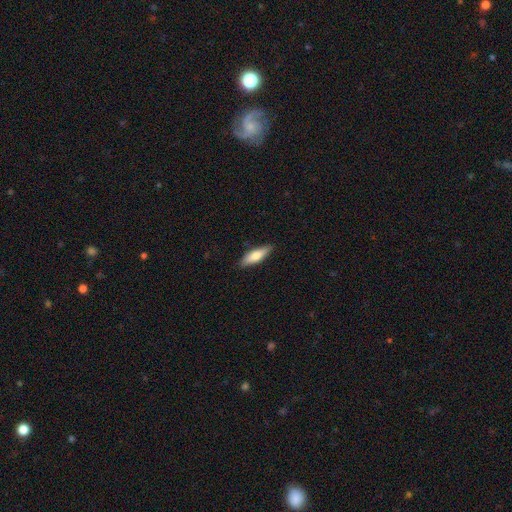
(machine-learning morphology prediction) smooth-or-featured: smooth: 71% | featured or disk: 23% | star or artifact: 6%
  how-rounded: in between: 49% (tied) | cigar-shaped: 49% (tied) | round: 2%
  merging: none: 85% | minor disturbance: 12% | major disturbance: 2% | merger: 1%